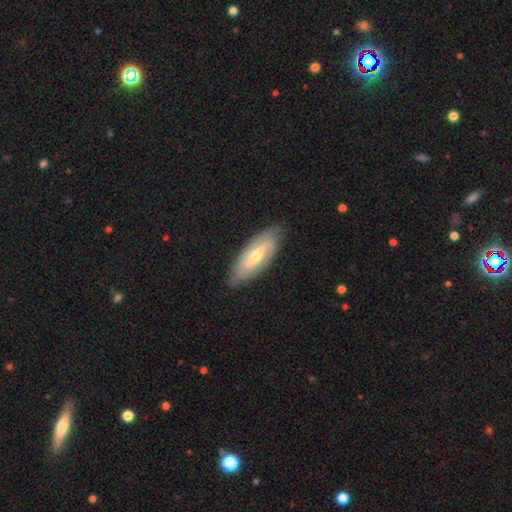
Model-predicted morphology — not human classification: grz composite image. It shows a featured or disk galaxy (57%). Merging: none (83%).